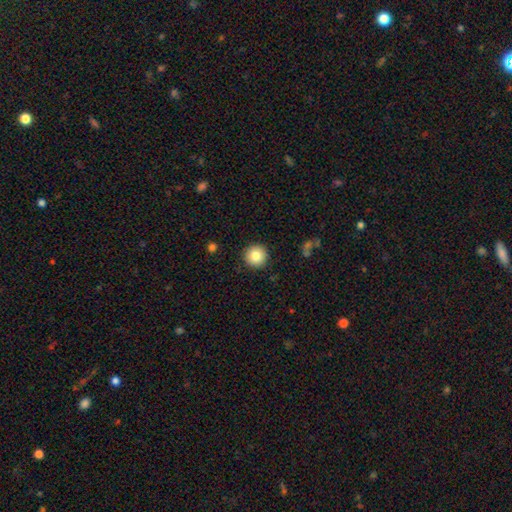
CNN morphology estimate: Smooth or featured: smooth — 82% (star or artifact — 9%)
How rounded: round — 96% (in between — 3%)
Merging: none — 92% (minor disturbance — 6%)